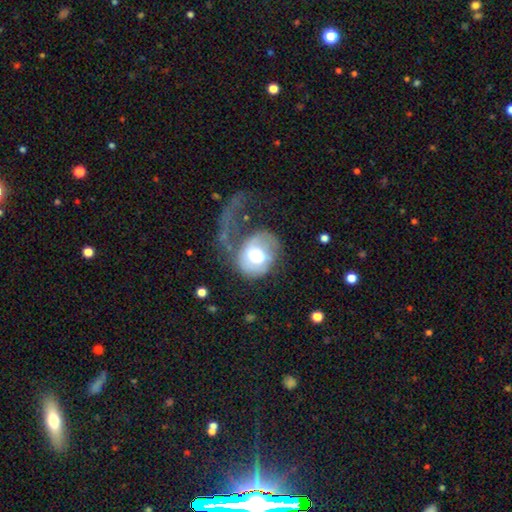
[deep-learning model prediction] smooth_or_featured: featured or disk (p=0.51) [alt: smooth p=0.42]
disk_edge_on: no (p=0.97) [alt: yes p=0.03]
merging: major disturbance (p=0.59) [alt: none p=0.19]